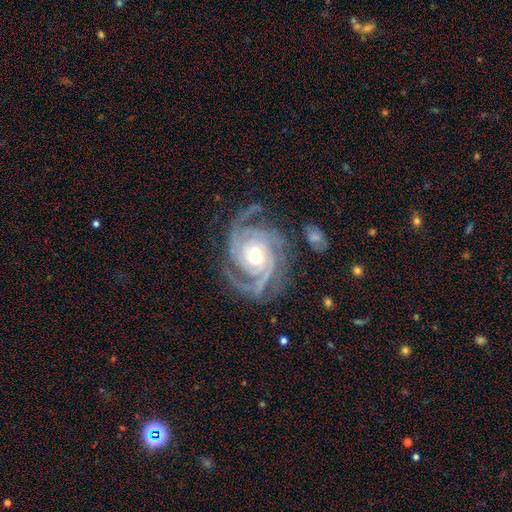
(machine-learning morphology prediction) Overall: featured or disk (93%). Edge-on disk: no (98%). Bar: no (51%; weak 36%). Spiral arms: yes (98%). Spiral arm count: 3 (40%; 2 22%). Spiral winding: tight (64%; medium 31%). Bulge size: moderate (69%). Merging: none (70%).